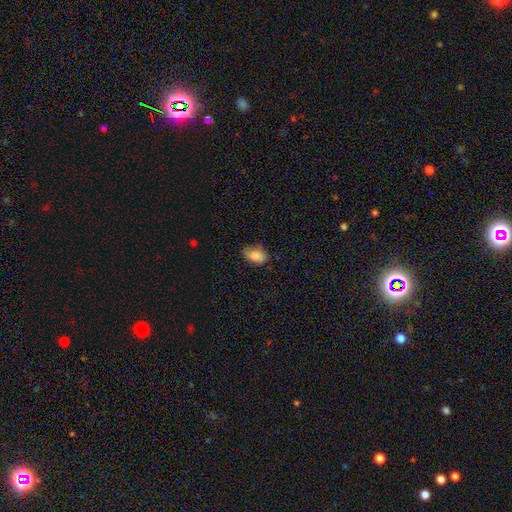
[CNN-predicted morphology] A smooth galaxy with no disk features (82%) that is in between round and cigar-shaped (87%). Merging: none (67%).